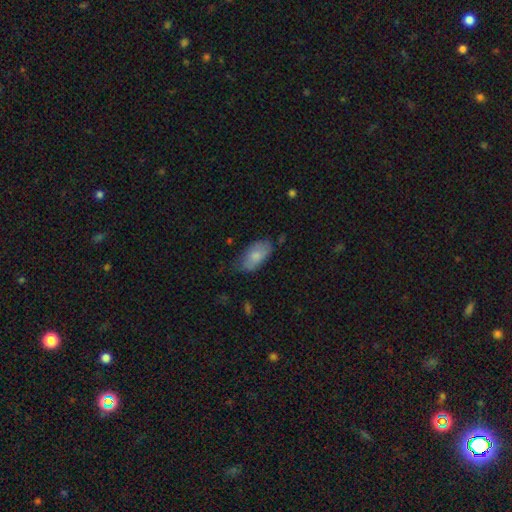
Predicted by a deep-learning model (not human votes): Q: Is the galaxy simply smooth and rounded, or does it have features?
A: smooth — 77%.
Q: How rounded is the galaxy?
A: in between — 93%.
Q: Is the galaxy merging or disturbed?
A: none — 62%.